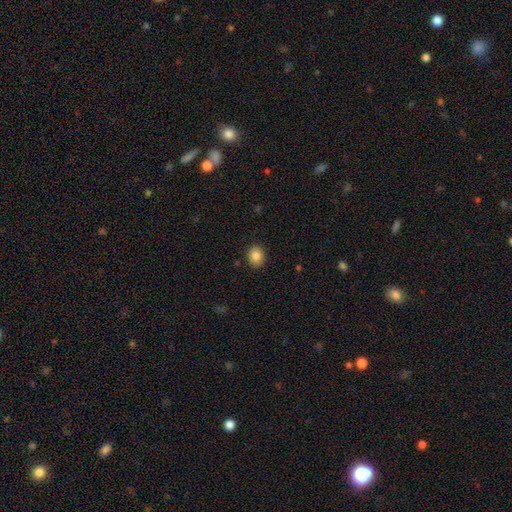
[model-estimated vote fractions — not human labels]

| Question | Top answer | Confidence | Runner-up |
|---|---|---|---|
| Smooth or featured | smooth | 85% | star or artifact (10%) |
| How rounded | round | 63% | in between (36%) |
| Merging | none | 90% | minor disturbance (7%) |